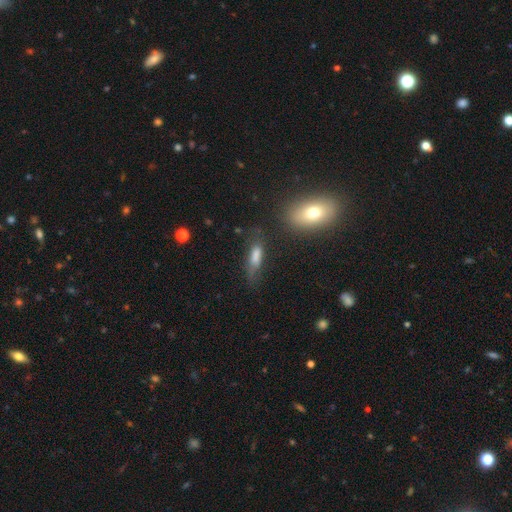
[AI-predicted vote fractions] Smooth or featured? smooth (63%)
How rounded? cigar-shaped (50%)
Merging? none (53%)